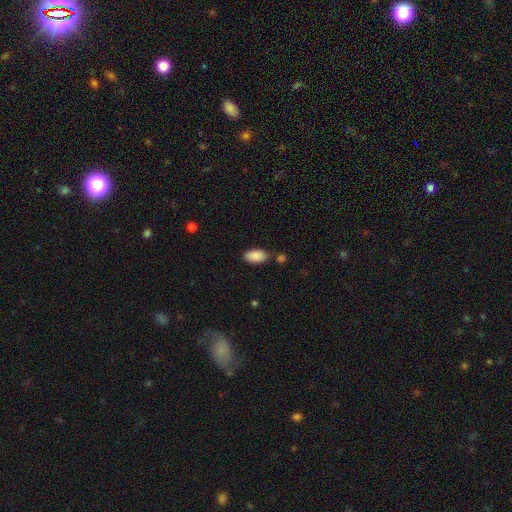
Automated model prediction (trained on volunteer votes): This is clearly a smooth galaxy (89%). How rounded: clearly in between (94%). Merging: likely none (75%).